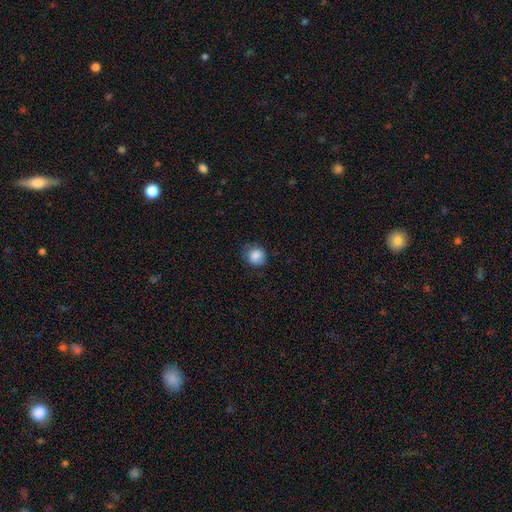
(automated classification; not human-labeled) smooth_or_featured: smooth (p=0.83) [alt: star or artifact p=0.09]
how_rounded: round (p=0.75) [alt: in between p=0.24]
merging: none (p=0.68) [alt: minor disturbance p=0.25]